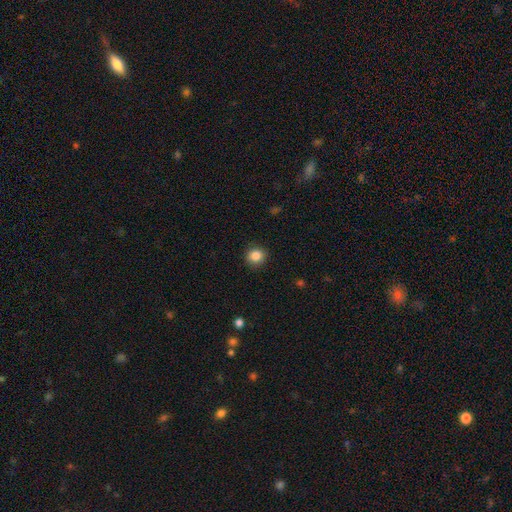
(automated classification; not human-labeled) Smooth or featured? smooth (86%)
How rounded? round (86%)
Merging? none (90%)